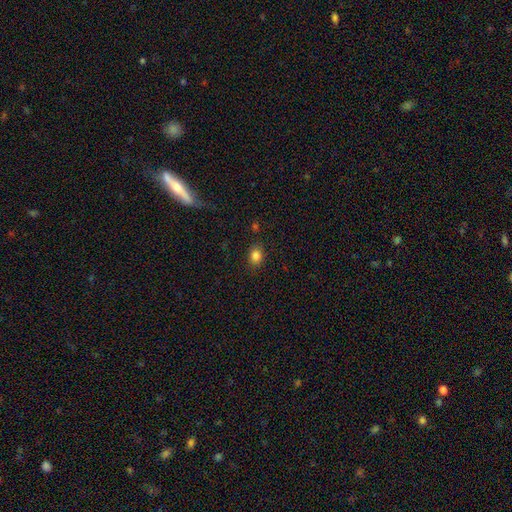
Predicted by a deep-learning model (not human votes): Smooth or featured?
  - smooth: 83% *
  - star or artifact: 11%
  - featured or disk: 5%
How rounded?
  - in between: 59% *
  - round: 40%
  - cigar-shaped: 1%
Merging?
  - none: 84% *
  - minor disturbance: 11%
  - major disturbance: 3%
  - merger: 2%